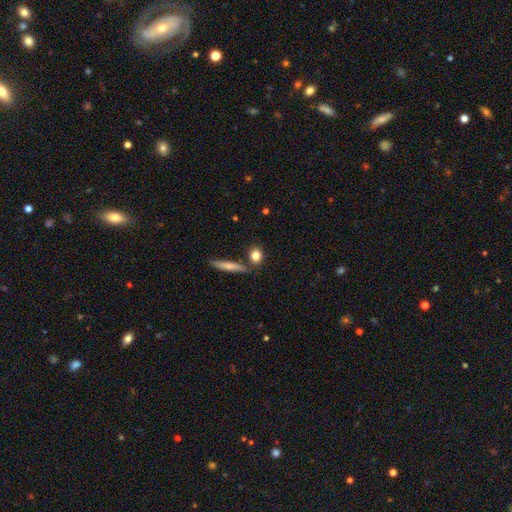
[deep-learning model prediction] Smooth or featured?
  - smooth: 82% *
  - featured or disk: 10%
  - star or artifact: 8%
How rounded?
  - round: 59% *
  - in between: 30%
  - cigar-shaped: 12%
Merging?
  - none: 75% *
  - merger: 12%
  - minor disturbance: 10%
  - major disturbance: 3%